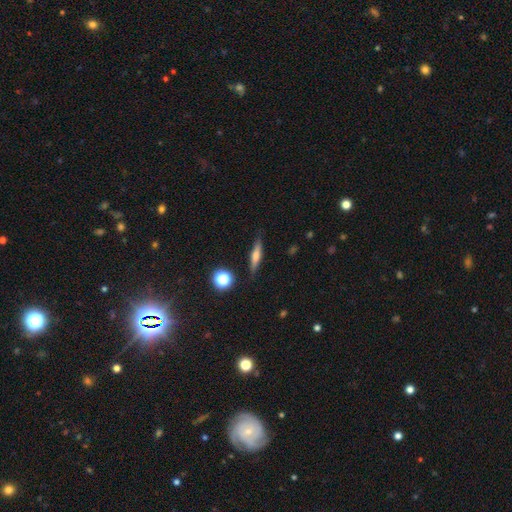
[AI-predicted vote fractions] Smooth or featured?
  - smooth: 51% *
  - featured or disk: 39%
  - star or artifact: 9%
How rounded?
  - cigar-shaped: 80% *
  - in between: 16%
  - round: 5%
Merging?
  - none: 86% *
  - minor disturbance: 10%
  - major disturbance: 2%
  - merger: 2%